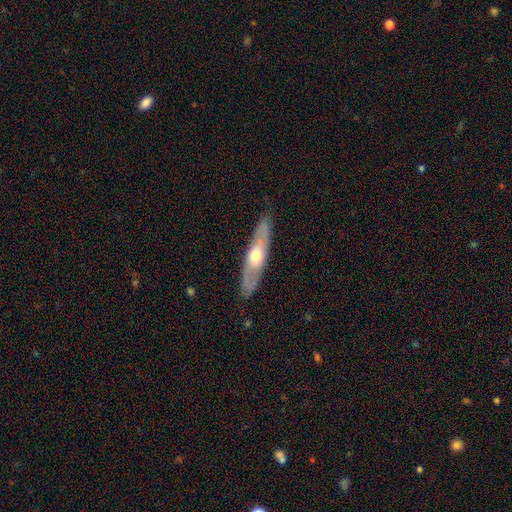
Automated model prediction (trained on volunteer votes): A featured or disk galaxy (57%) viewed edge-on (54%). Merging: none (85%).